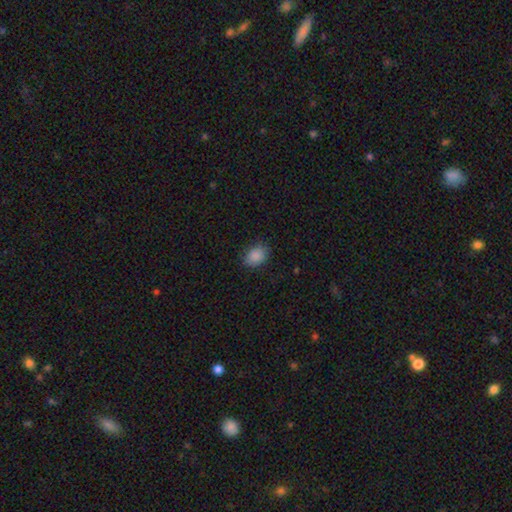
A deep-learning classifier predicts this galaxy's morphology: Smooth or featured?
  - smooth: 88% *
  - star or artifact: 8%
  - featured or disk: 3%
How rounded?
  - in between: 70% *
  - round: 29%
  - cigar-shaped: 1%
Merging?
  - none: 84% *
  - minor disturbance: 12%
  - major disturbance: 3%
  - merger: 1%